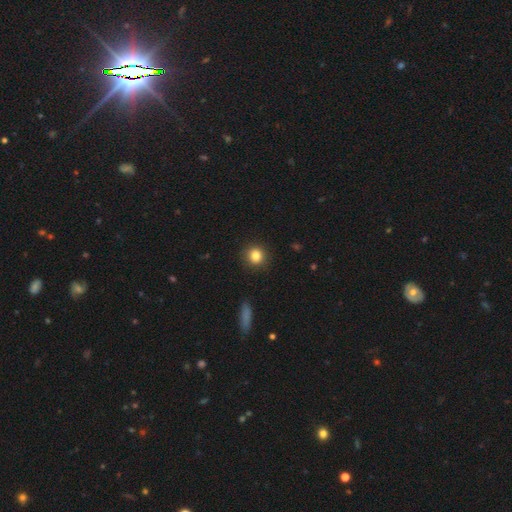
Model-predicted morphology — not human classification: This appears to be a smooth galaxy with no disk features (84%) that is round (90%). Merging: none (91%).